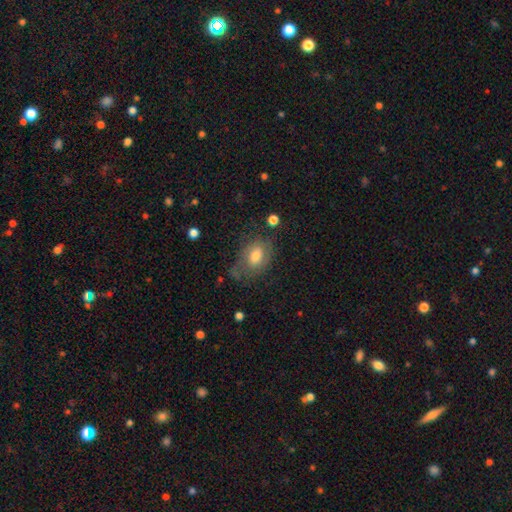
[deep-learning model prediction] This is possibly a smooth galaxy (55%). How rounded: likely in between (78%). Merging: possibly none (56%).